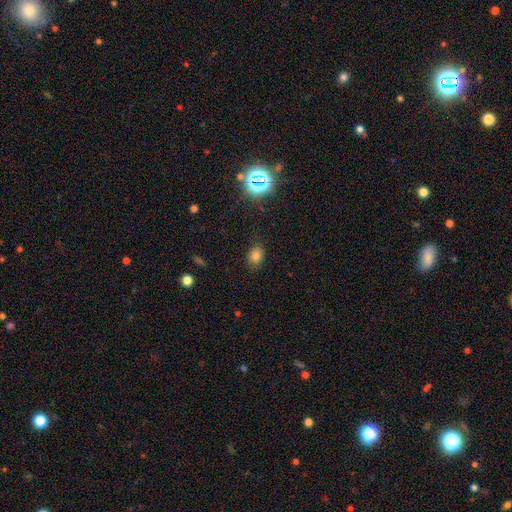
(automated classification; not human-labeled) The model was most divided on "how rounded": in between: 63%, round: 36%, cigar-shaped: 1%. More confident: merging — none (82%); smooth or featured — smooth (76%).